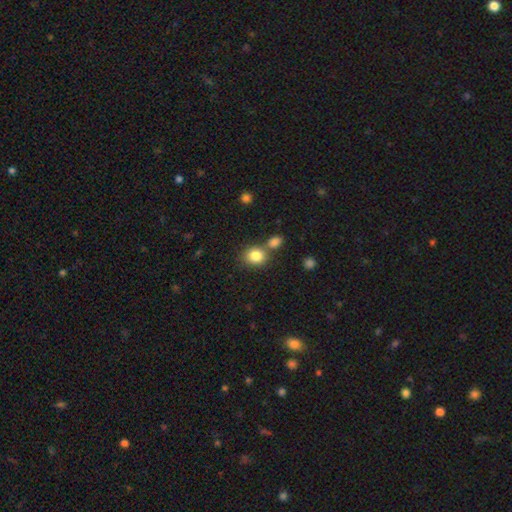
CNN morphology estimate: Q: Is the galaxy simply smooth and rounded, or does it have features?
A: smooth — 83%.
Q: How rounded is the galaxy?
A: round — 65%.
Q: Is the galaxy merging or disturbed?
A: none — 59%.